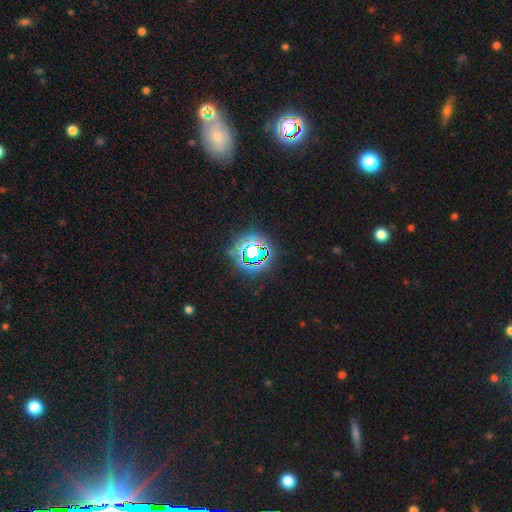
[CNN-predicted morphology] Overall: star or artifact (69%).